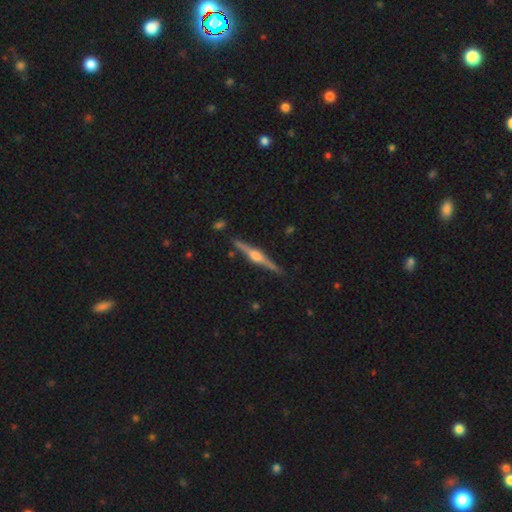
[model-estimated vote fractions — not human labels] featured or disk 83%, smooth 12%, star or artifact 5%. Down the decision tree: edge-on disk — yes (98%); edge-on bulge — rounded (91%); merging — none (89%).